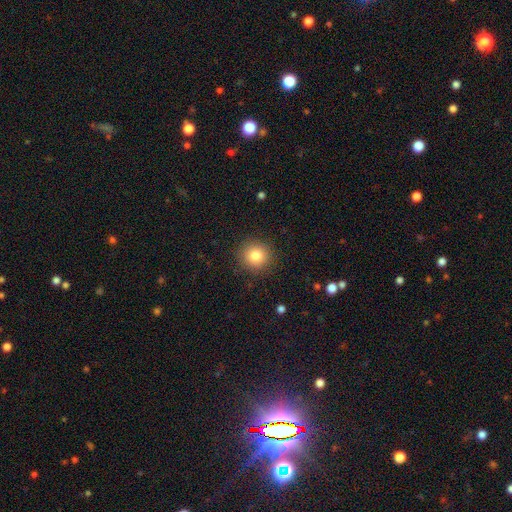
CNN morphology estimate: Smooth or featured? smooth (83%)
How rounded? round (92%)
Merging? none (90%)